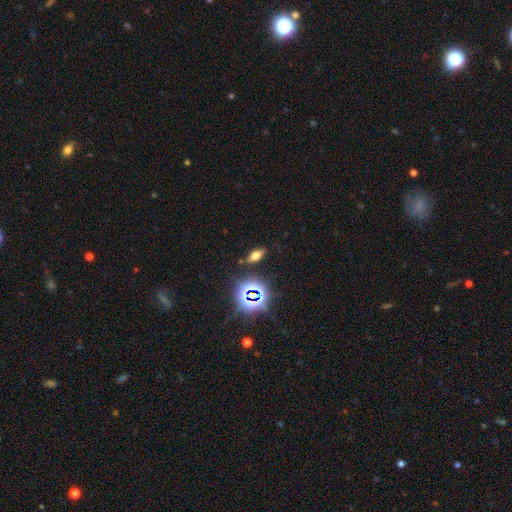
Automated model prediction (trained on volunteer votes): Smooth or featured?
  - smooth: 57% *
  - star or artifact: 28%
  - featured or disk: 15%
How rounded?
  - in between: 75% *
  - cigar-shaped: 16%
  - round: 8%
Merging?
  - none: 85% *
  - minor disturbance: 9%
  - major disturbance: 3%
  - merger: 2%